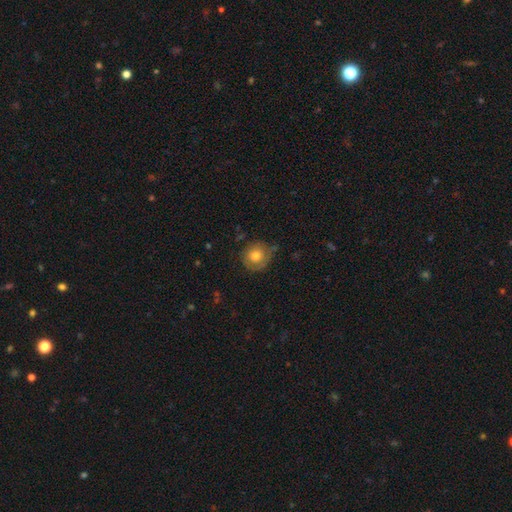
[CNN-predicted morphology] smooth 72%, featured or disk 19%, star or artifact 8%. Down the decision tree: how rounded — round (90%); merging — none (67%).